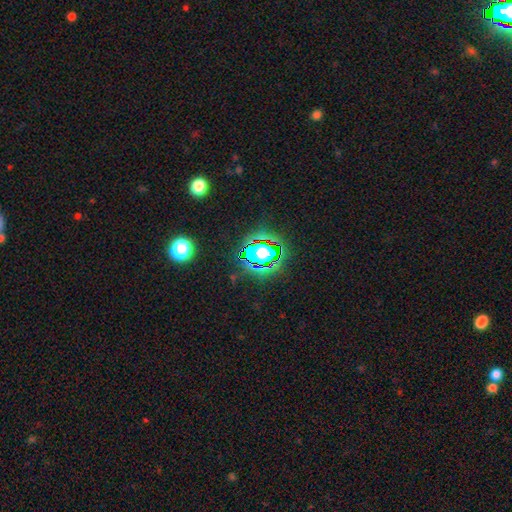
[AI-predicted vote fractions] Smooth or featured?
  - star or artifact: 73% *
  - smooth: 17%
  - featured or disk: 10%